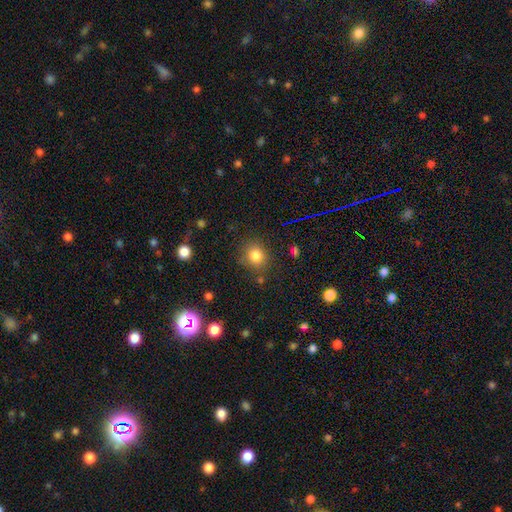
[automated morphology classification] This appears to be a smooth galaxy with no disk features (82%) that is round (73%). Merging: none (80%).